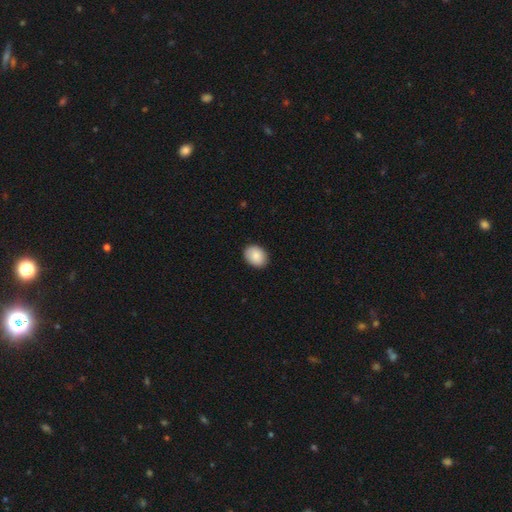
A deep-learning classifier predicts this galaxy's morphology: smooth 88%, star or artifact 6%, featured or disk 5%. Down the decision tree: how rounded — in between (72%); merging — none (89%).